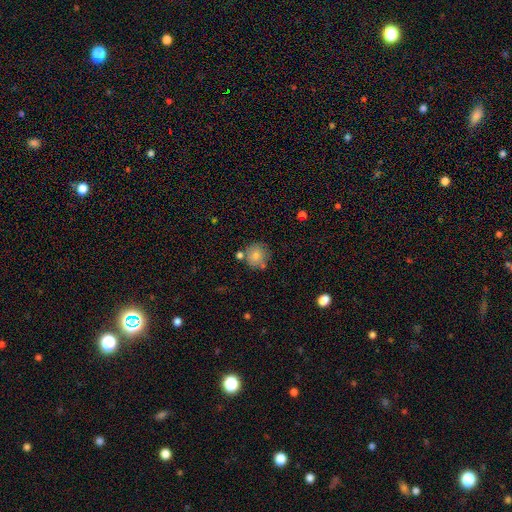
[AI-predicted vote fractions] This is likely a smooth galaxy (78%). How rounded: clearly round (91%). Merging: likely none (70%).